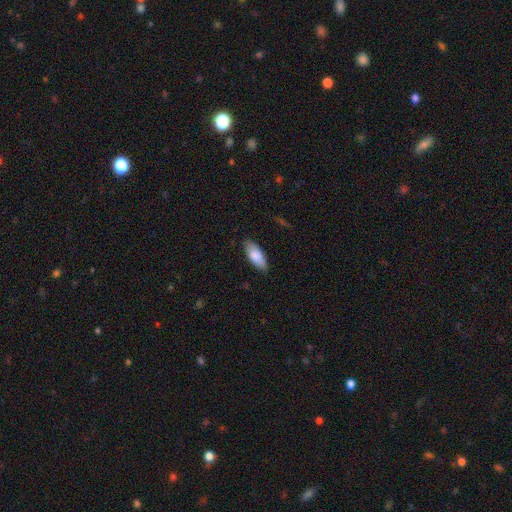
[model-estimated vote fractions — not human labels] Smooth or featured? Predicted: smooth (p=0.84). How rounded? Predicted: in between (p=0.82). Merging? Predicted: none (p=0.84).